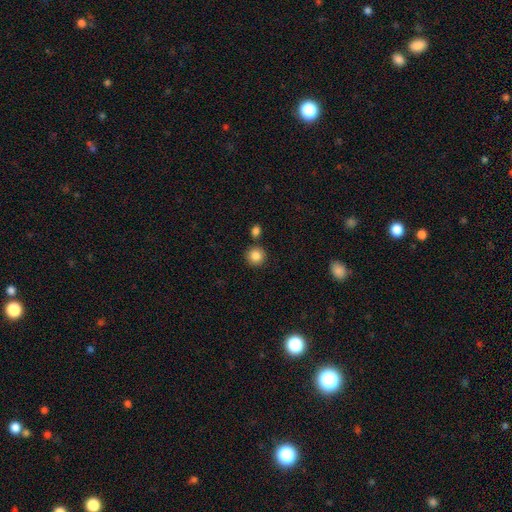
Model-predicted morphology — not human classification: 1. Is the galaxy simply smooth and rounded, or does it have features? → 86% smooth, 10% star or artifact, 5% featured or disk.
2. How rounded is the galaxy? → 93% round, 6% in between, 1% cigar-shaped.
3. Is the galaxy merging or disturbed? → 83% none, 8% merger, 7% minor disturbance, 2% major disturbance.